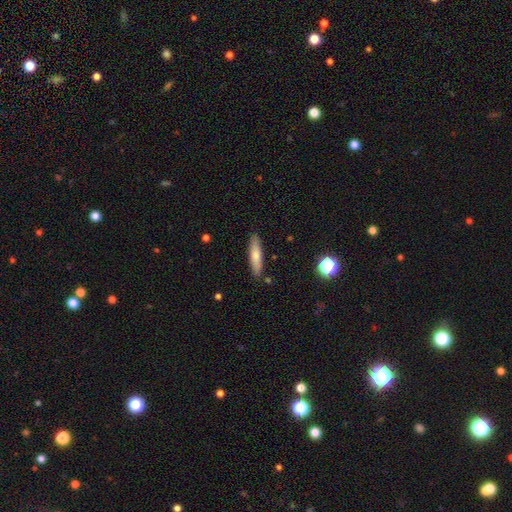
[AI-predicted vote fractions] Smooth or featured? Predicted: smooth (p=0.70). How rounded? Predicted: cigar-shaped (p=0.79). Merging? Predicted: none (p=0.87).